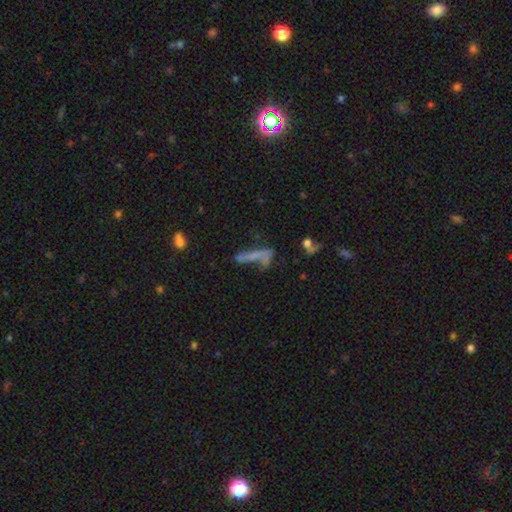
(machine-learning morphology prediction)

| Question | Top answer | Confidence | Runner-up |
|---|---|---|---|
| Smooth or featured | smooth | 47% | featured or disk (34%) |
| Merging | none | 34% | major disturbance (28%) |